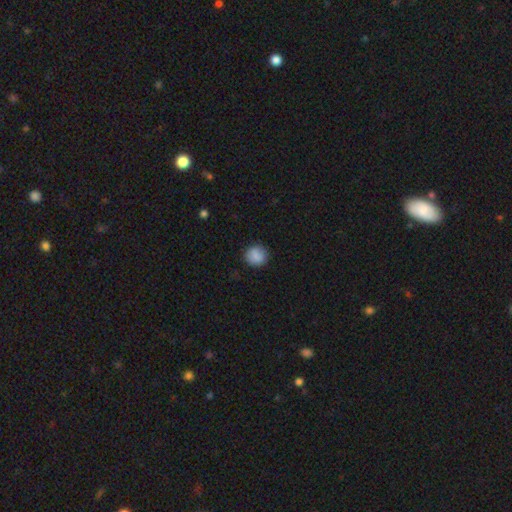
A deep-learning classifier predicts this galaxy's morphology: The model was most divided on "how rounded": round: 88%, in between: 11%, cigar-shaped: 1%. More confident: merging — none (89%); smooth or featured — smooth (87%).